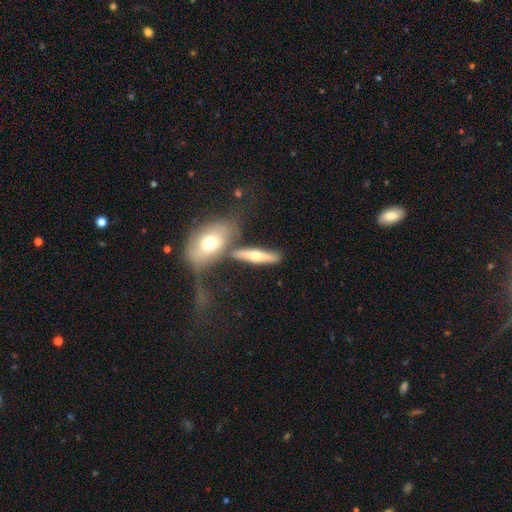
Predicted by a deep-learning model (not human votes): This appears to be a featured or disk galaxy (51%) viewed edge-on (84%). Merging: none (62%).